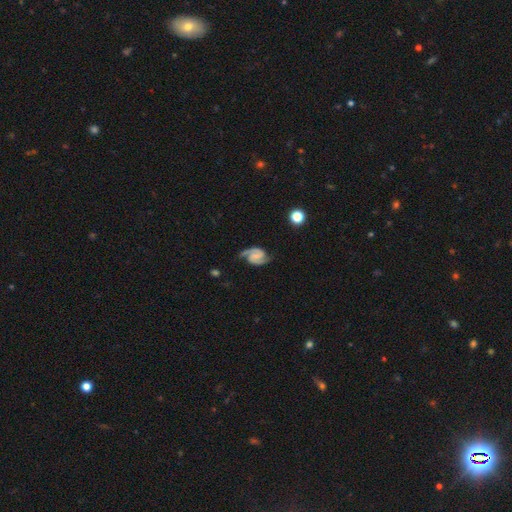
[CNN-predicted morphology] A featured or disk galaxy (88%) with a weak bar (42%), 2 (93%) medium (53%) spiral arms (98%) and no central bulge (51%). Merging: none (75%).